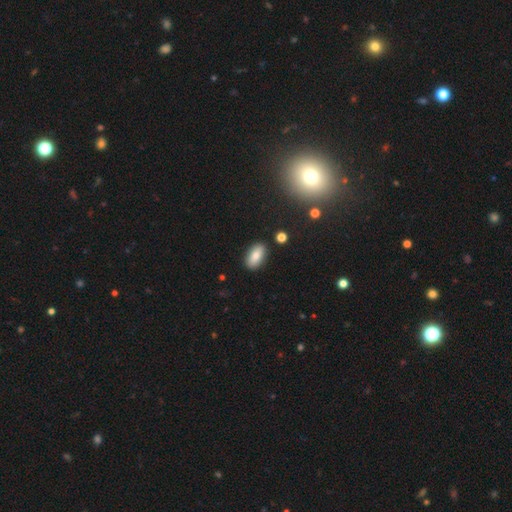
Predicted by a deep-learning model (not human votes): Smooth or featured: smooth — 83% (featured or disk — 9%)
How rounded: in between — 91% (cigar-shaped — 6%)
Merging: none — 88% (minor disturbance — 8%)